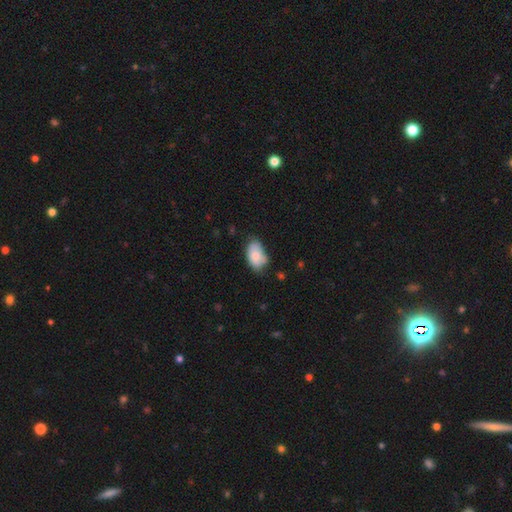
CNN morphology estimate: This is clearly a smooth galaxy (83%). How rounded: clearly in between (91%). Merging: possibly none (53%).